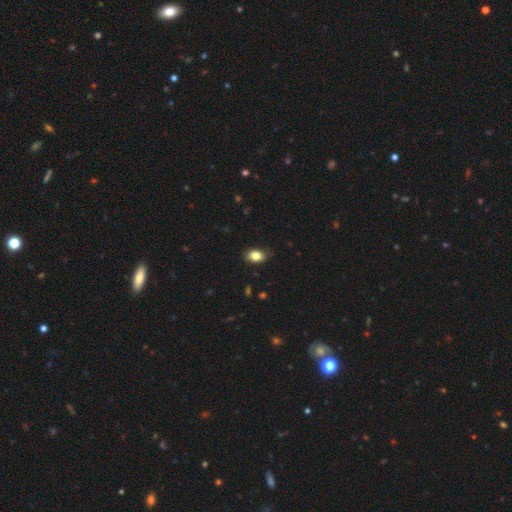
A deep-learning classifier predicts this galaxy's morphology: type=smooth (83%); roundness=in between (78%); merging=none (85%).